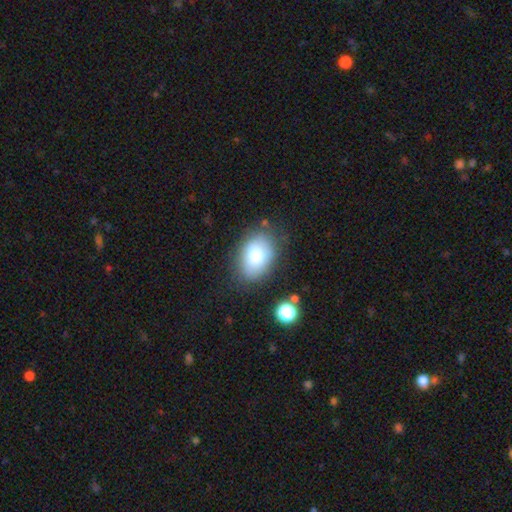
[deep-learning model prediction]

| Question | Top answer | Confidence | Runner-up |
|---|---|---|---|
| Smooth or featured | smooth | 78% | featured or disk (13%) |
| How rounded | in between | 85% | round (14%) |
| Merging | none | 76% | minor disturbance (16%) |